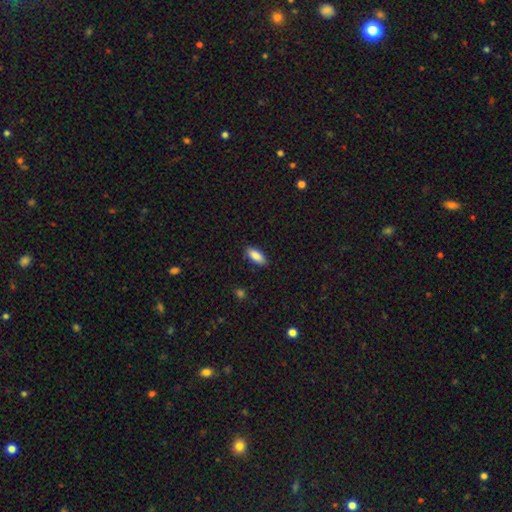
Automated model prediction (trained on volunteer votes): smooth_or_featured: smooth (p=0.87) [alt: featured or disk p=0.07]
how_rounded: in between (p=0.80) [alt: cigar-shaped p=0.18]
merging: none (p=0.86) [alt: minor disturbance p=0.10]